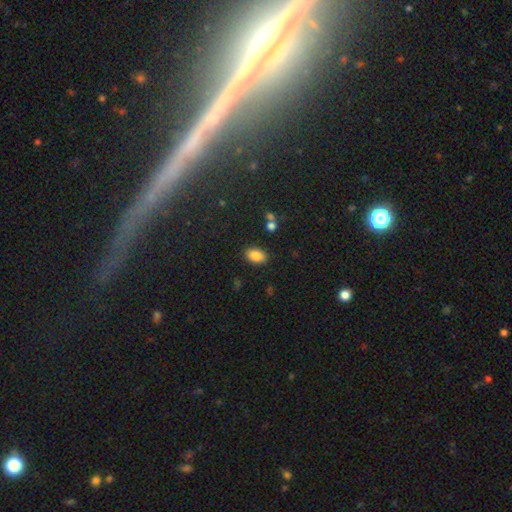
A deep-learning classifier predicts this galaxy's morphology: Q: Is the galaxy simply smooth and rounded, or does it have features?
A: smooth — 86%.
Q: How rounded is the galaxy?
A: in between — 89%.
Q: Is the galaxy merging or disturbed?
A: none — 86%.